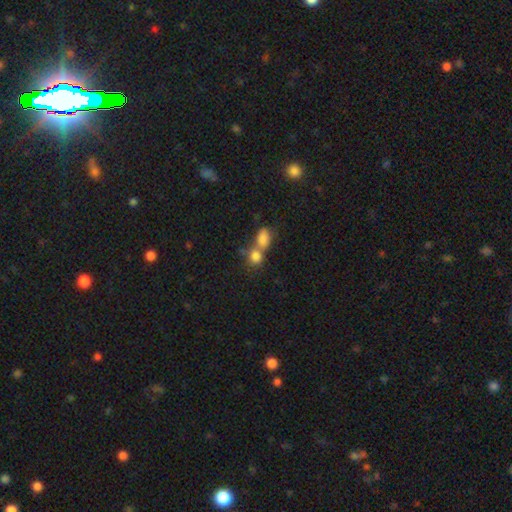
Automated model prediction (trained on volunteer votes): smooth_or_featured: smooth (p=0.80) [alt: star or artifact p=0.10]
how_rounded: round (p=0.52) [alt: in between p=0.46]
merging: merger (p=0.62) [alt: none p=0.27]